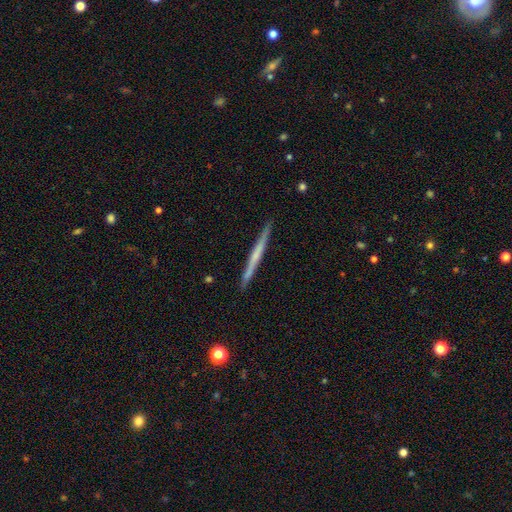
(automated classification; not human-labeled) Overall: featured or disk (57%; smooth 37%). Edge-on disk: yes (98%). Edge-on bulge: none (70%). Merging: none (91%).